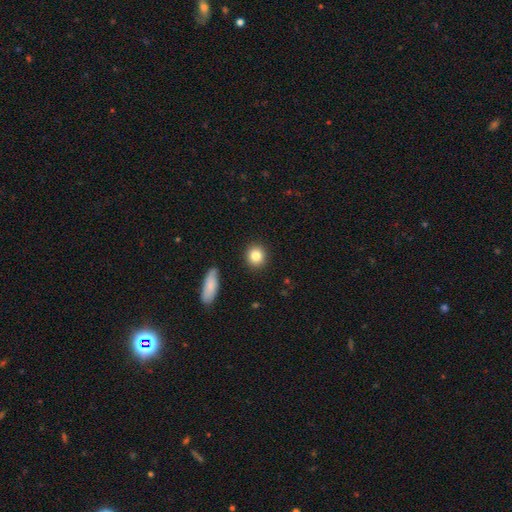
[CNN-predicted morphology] Smooth or featured?
  - smooth: 84% *
  - star or artifact: 9%
  - featured or disk: 7%
How rounded?
  - round: 84% *
  - in between: 15%
  - cigar-shaped: 1%
Merging?
  - none: 90% *
  - minor disturbance: 6%
  - major disturbance: 2%
  - merger: 2%